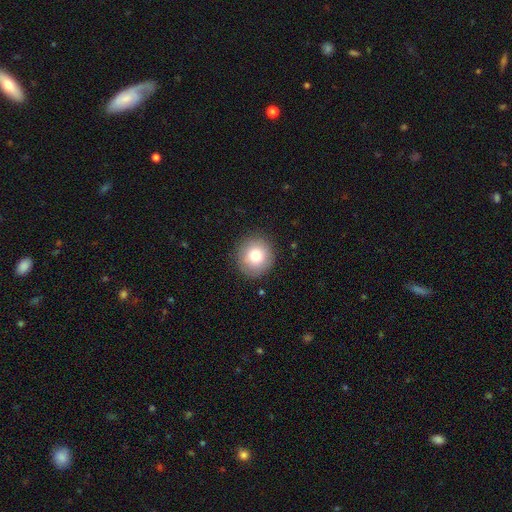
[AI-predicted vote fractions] Smooth or featured? smooth (79%)
How rounded? round (92%)
Merging? none (89%)